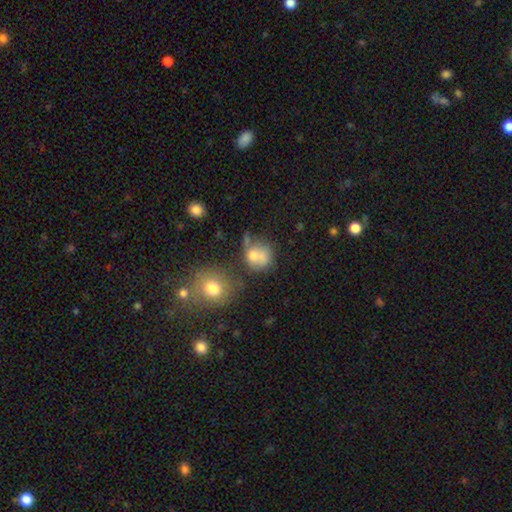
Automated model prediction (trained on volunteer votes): Smooth or featured? smooth (69%)
How rounded? round (73%)
Merging? none (38%)